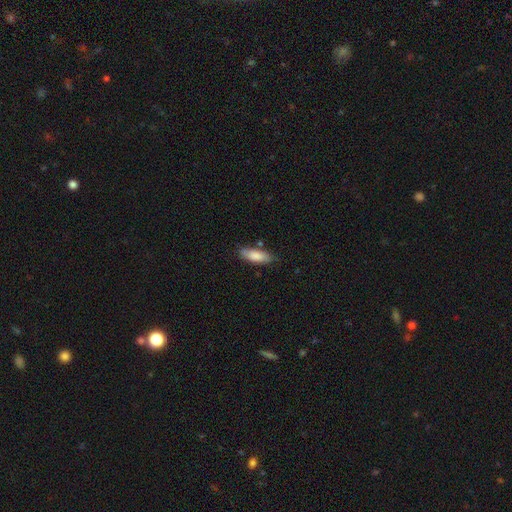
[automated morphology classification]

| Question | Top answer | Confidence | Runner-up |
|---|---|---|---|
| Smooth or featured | smooth | 82% | featured or disk (12%) |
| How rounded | in between | 71% | cigar-shaped (27%) |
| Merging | none | 73% | minor disturbance (20%) |